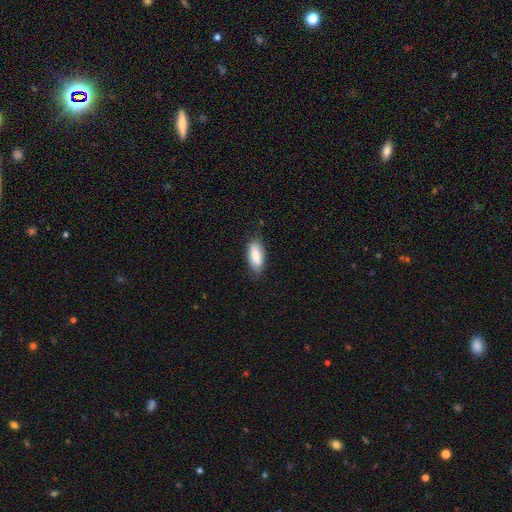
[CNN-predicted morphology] Smooth or featured?
  - smooth: 76% *
  - featured or disk: 18%
  - star or artifact: 6%
How rounded?
  - in between: 84% *
  - cigar-shaped: 14%
  - round: 2%
Merging?
  - none: 75% *
  - minor disturbance: 20%
  - major disturbance: 4%
  - merger: 1%